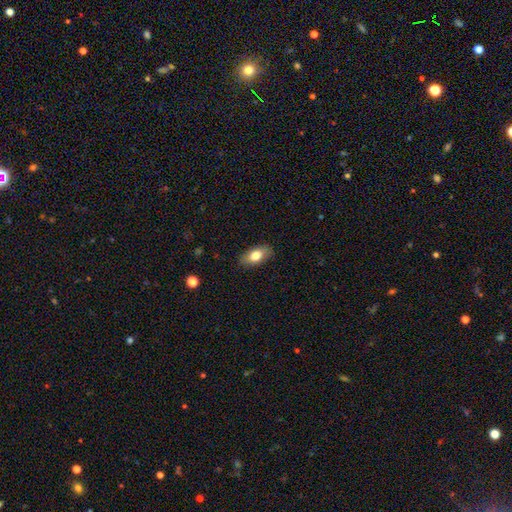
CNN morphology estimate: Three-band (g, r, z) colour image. It shows a smooth galaxy with no disk features (77%) that is in between round and cigar-shaped (89%). Merging: none (86%).